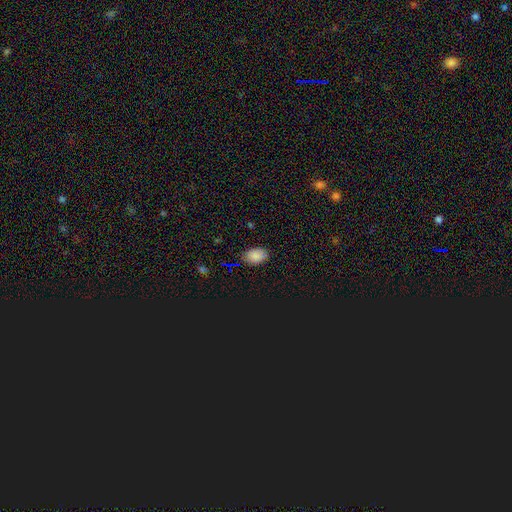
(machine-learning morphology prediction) Smooth or featured: smooth — 83% (star or artifact — 12%)
How rounded: in between — 87% (round — 12%)
Merging: none — 82% (minor disturbance — 14%)